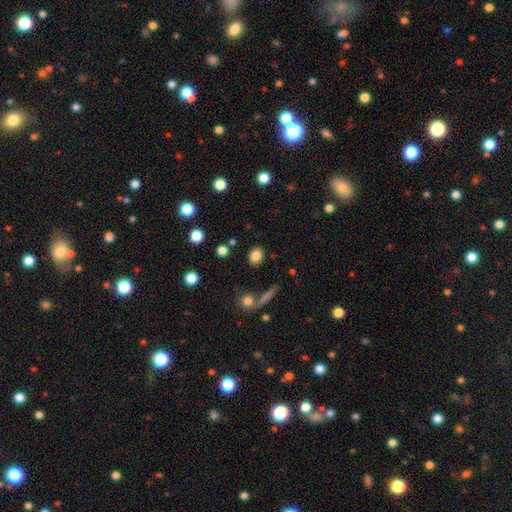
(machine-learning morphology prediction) A smooth galaxy with no disk features (83%) that is in between round and cigar-shaped (66%).

Vote fractions:
- Smooth or featured? smooth: 83% / star or artifact: 10% / featured or disk: 7%
- How rounded? in between: 66% / round: 32% / cigar-shaped: 2%
- Merging? none: 84% / minor disturbance: 9% / merger: 3% / major disturbance: 3%